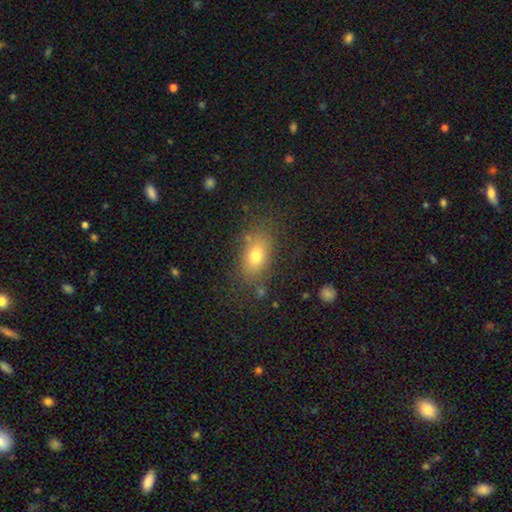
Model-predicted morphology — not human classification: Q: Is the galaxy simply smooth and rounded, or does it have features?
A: smooth — 74%.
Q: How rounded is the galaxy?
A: in between — 81%.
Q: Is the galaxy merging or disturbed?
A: none — 76%.